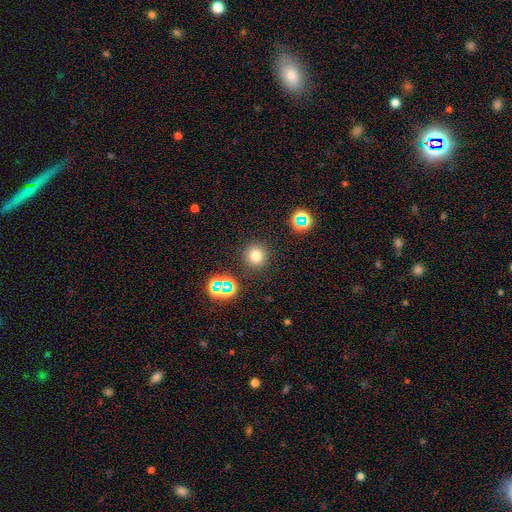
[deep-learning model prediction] A smooth galaxy with no disk features (73%) that is round (94%).

Vote fractions:
- Smooth or featured? smooth: 73% / star or artifact: 20% / featured or disk: 7%
- How rounded? round: 94% / in between: 6% / cigar-shaped: 1%
- Merging? none: 89% / minor disturbance: 6% / major disturbance: 3% / merger: 2%